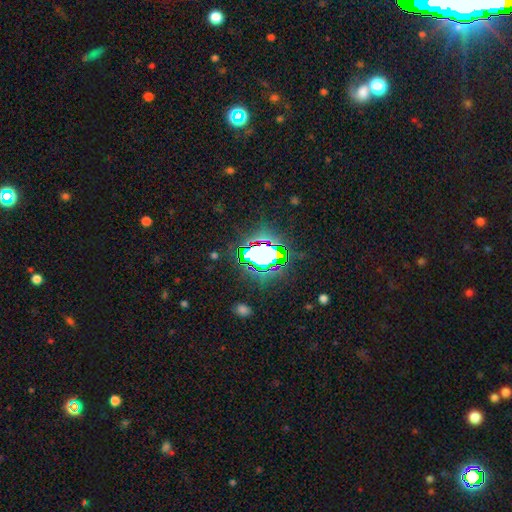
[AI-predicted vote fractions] A star or artifact, not a galaxy (76%).